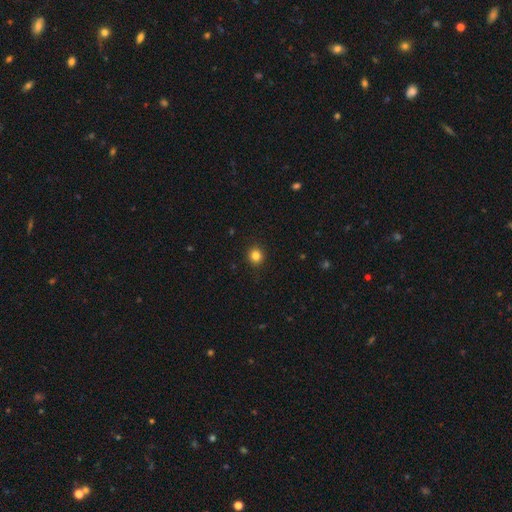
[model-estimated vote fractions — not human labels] A smooth galaxy with no disk features (83%) that is round (91%).

Vote fractions:
- Smooth or featured? smooth: 83% / star or artifact: 12% / featured or disk: 5%
- How rounded? round: 91% / in between: 8% / cigar-shaped: 1%
- Merging? none: 92% / minor disturbance: 5% / major disturbance: 2% / merger: 1%